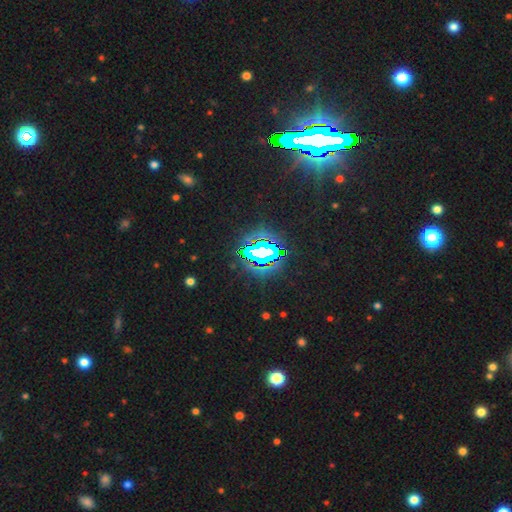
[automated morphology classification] Overall: star or artifact (83%).